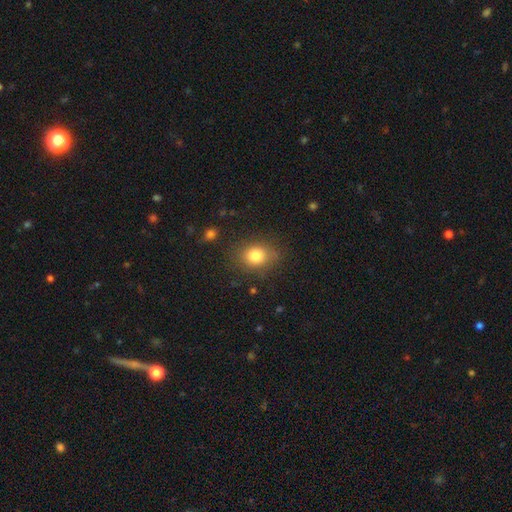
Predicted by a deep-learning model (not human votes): Overall: smooth (81%). How rounded: round (55%; in between 44%). Merging: none (80%).